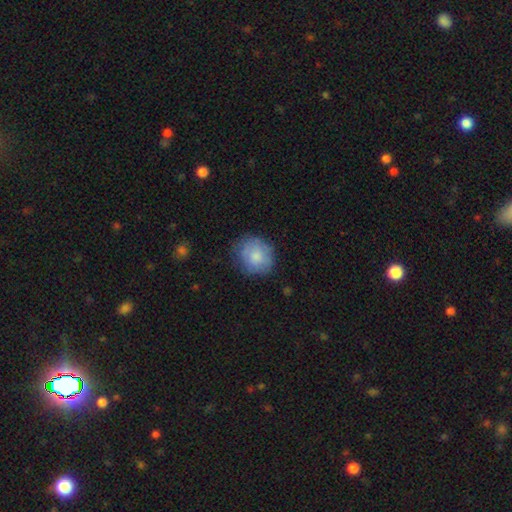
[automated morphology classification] Overall: smooth (77%). How rounded: round (79%). Merging: none (69%).